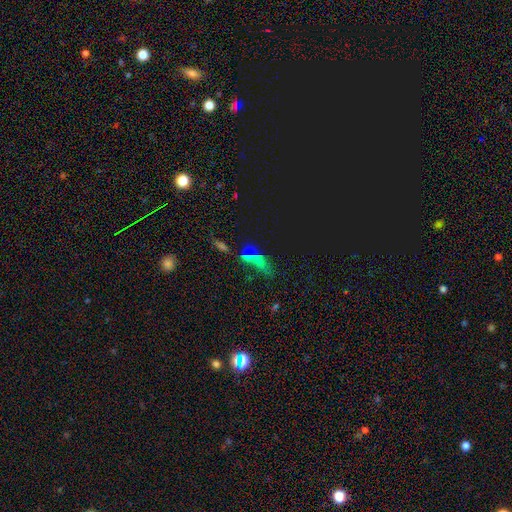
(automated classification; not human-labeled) Smooth or featured? star or artifact (43%)